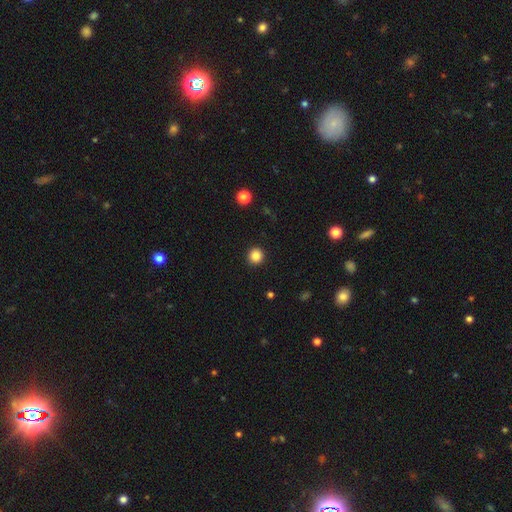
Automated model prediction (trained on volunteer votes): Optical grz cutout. It shows a smooth galaxy with no disk features (85%) that is round (94%). Merging: none (93%).